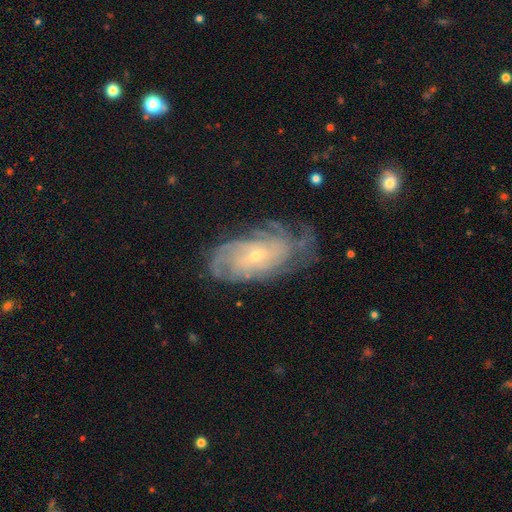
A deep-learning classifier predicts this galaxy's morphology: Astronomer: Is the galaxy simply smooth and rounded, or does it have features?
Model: featured or disk — 85%.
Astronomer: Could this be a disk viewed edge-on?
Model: no — 94%.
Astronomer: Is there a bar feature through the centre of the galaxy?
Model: no — 49% (runner-up: weak, 41%).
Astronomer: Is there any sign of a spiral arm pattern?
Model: yes — 96%.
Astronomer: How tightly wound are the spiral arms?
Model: tight — 68%.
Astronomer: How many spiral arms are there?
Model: can't tell — 38% (runner-up: 4, 24%).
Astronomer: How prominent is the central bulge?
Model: small — 76%.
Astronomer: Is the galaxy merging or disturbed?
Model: none — 63%.